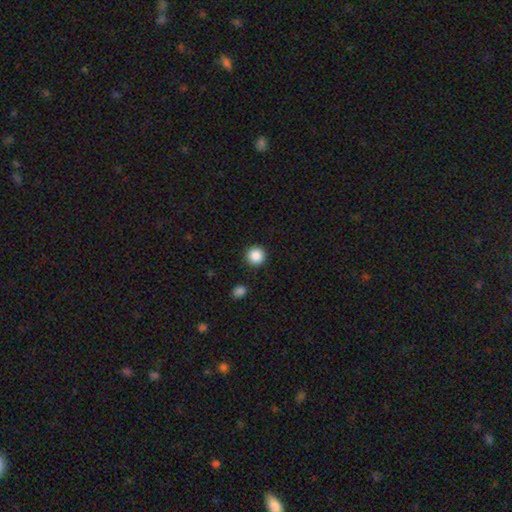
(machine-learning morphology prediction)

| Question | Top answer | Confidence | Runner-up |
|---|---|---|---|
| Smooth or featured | smooth | 87% | star or artifact (9%) |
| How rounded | round | 95% | in between (4%) |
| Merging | none | 91% | minor disturbance (5%) |